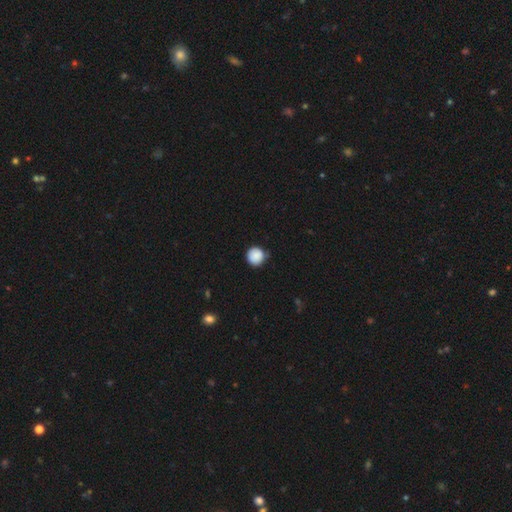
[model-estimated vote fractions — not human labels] A smooth galaxy with no disk features (88%) that is round (95%). Merging: none (81%).